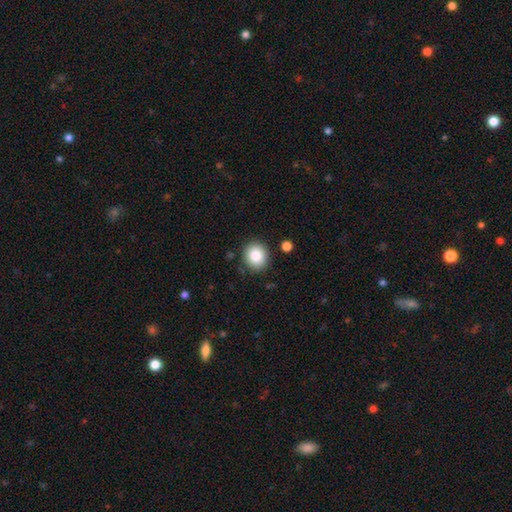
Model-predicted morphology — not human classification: smooth_or_featured: smooth (p=0.84) [alt: star or artifact p=0.09]
how_rounded: round (p=0.78) [alt: in between p=0.21]
merging: none (p=0.87) [alt: minor disturbance p=0.08]